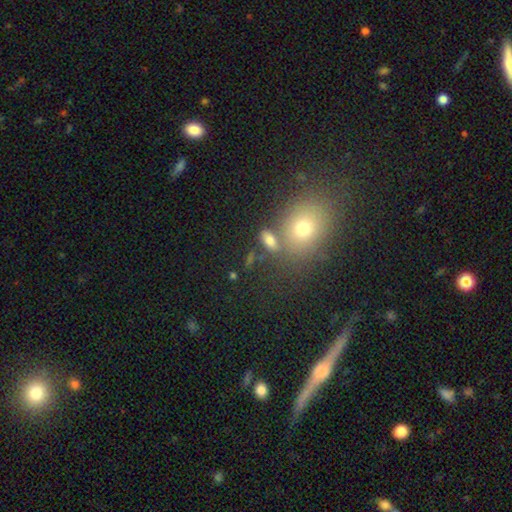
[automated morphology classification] smooth-or-featured: smooth: 49% | star or artifact: 28% | featured or disk: 24%
  merging: none: 76% | minor disturbance: 10% | merger: 9% | major disturbance: 4%